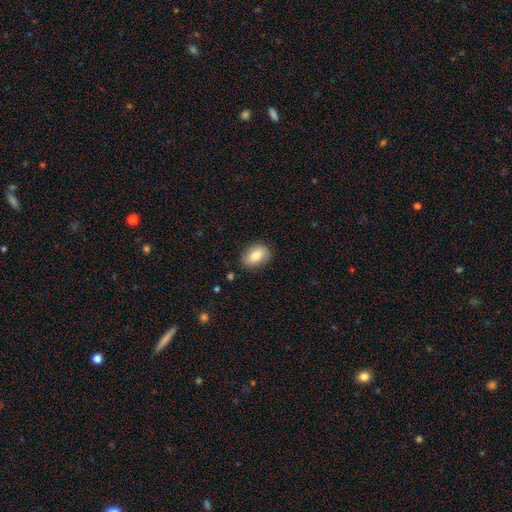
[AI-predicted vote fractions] Overall: smooth (78%). How rounded: in between (81%). Merging: none (83%).